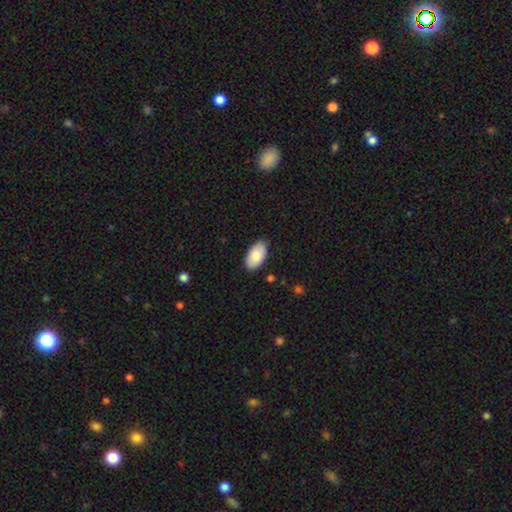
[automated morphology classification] The model was most divided on "smooth or featured": smooth: 81%, featured or disk: 13%, star or artifact: 6%. More confident: how rounded — in between (95%); merging — none (85%).